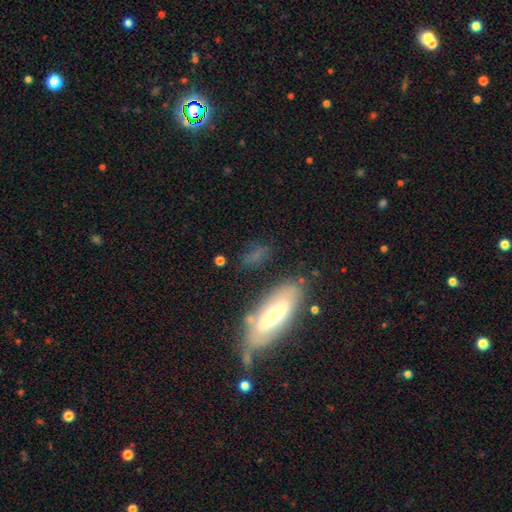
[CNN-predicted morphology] A smooth galaxy with no disk features (51%) that is in between round and cigar-shaped (61%).

Vote fractions:
- Smooth or featured? smooth: 51% / featured or disk: 38% / star or artifact: 11%
- How rounded? in between: 61% / cigar-shaped: 32% / round: 7%
- Merging? none: 62% / minor disturbance: 20% / major disturbance: 10% / merger: 9%